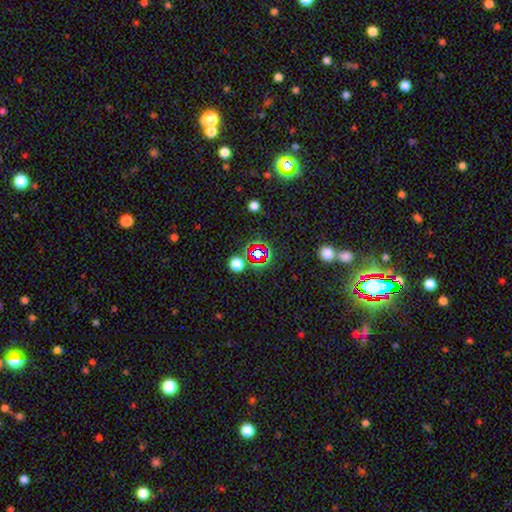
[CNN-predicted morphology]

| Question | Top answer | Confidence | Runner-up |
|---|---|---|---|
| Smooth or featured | star or artifact | 62% | smooth (28%) |